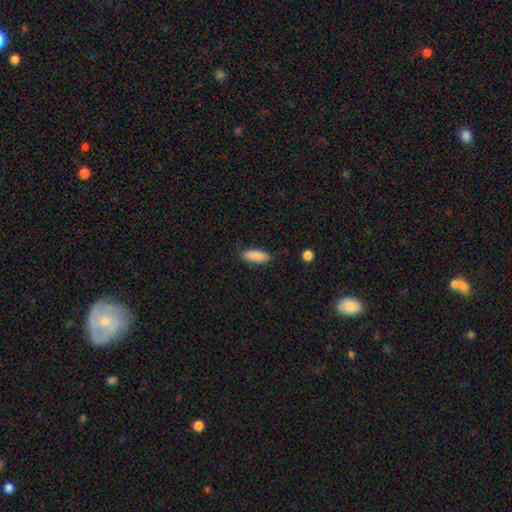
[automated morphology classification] Smooth or featured?
  - smooth: 88% *
  - star or artifact: 7%
  - featured or disk: 5%
How rounded?
  - in between: 62% *
  - cigar-shaped: 36%
  - round: 2%
Merging?
  - none: 84% *
  - minor disturbance: 12%
  - major disturbance: 2%
  - merger: 2%